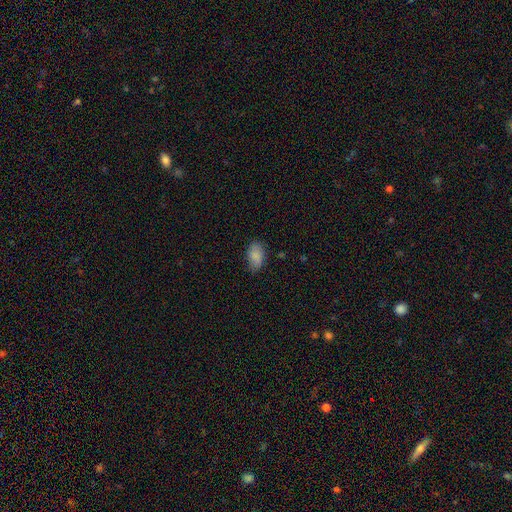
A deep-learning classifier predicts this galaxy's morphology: Q: Smooth or featured?
A: smooth (84%); runner-up: featured or disk (8%)
Q: How rounded?
A: in between (93%); runner-up: round (5%)
Q: Merging?
A: none (72%); runner-up: minor disturbance (22%)